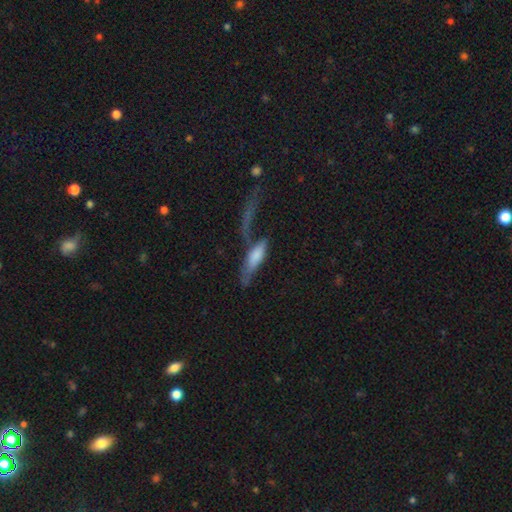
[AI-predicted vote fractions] smooth_or_featured: smooth (p=0.64) [alt: featured or disk p=0.29]
how_rounded: cigar-shaped (p=0.51) [alt: in between p=0.46]
merging: major disturbance (p=0.44) [alt: none p=0.24]